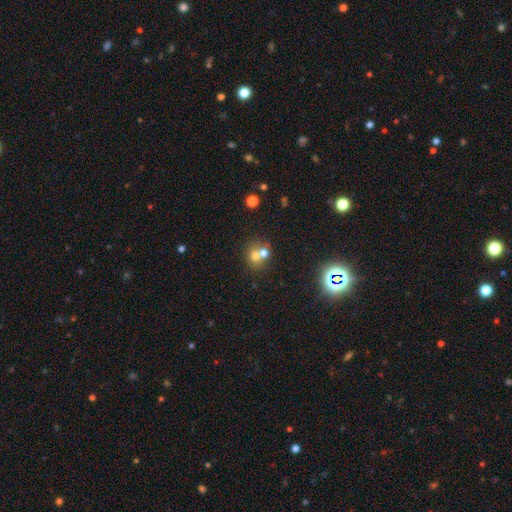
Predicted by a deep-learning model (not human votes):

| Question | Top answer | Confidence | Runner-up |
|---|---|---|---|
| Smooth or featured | smooth | 66% | star or artifact (17%) |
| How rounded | round | 74% | in between (25%) |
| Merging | merger | 50% | none (40%) |